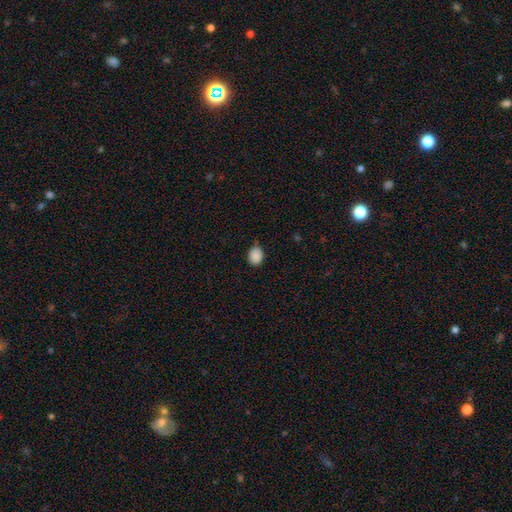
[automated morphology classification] Q: Smooth or featured?
A: smooth (88%); runner-up: star or artifact (8%)
Q: How rounded?
A: in between (54%); runner-up: round (45%)
Q: Merging?
A: none (70%); runner-up: minor disturbance (25%)